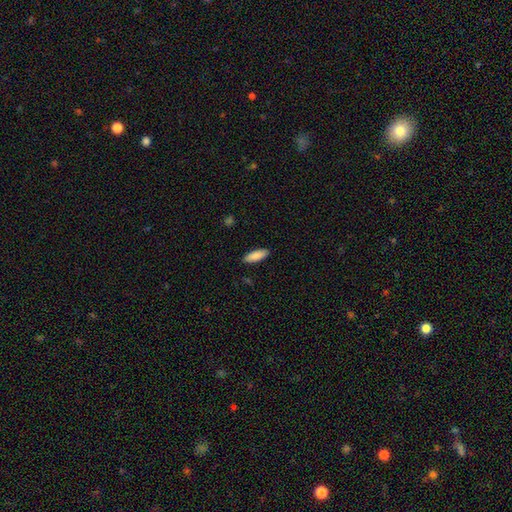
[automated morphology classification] A smooth galaxy with no disk features (88%) that is in between round and cigar-shaped (62%).

Vote fractions:
- Smooth or featured? smooth: 88% / featured or disk: 7% / star or artifact: 6%
- How rounded? in between: 62% / cigar-shaped: 36% / round: 2%
- Merging? none: 89% / minor disturbance: 8% / major disturbance: 2% / merger: 1%